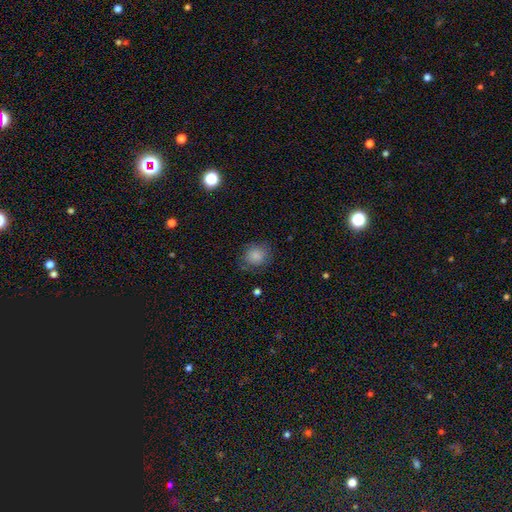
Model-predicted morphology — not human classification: Overall: smooth (85%). How rounded: round (78%). Merging: none (77%).